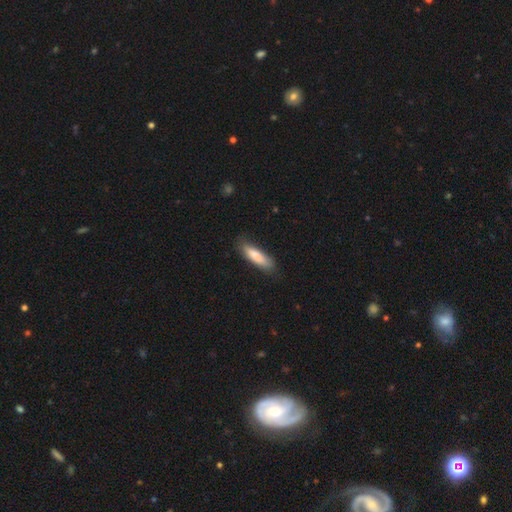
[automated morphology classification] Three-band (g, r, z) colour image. It shows a smooth galaxy with no disk features (82%) that is cigar-shaped (65%). Merging: none (80%).